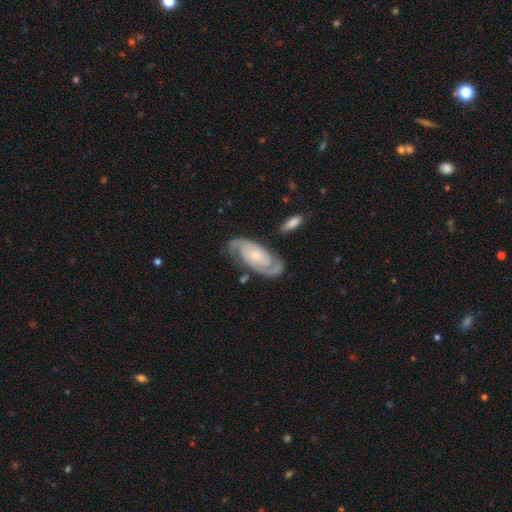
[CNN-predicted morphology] type=featured or disk (87%); edge-on=no (96%); bar=no (64%); spiral arms=yes (97%); winding=tight (55%); arm count=2 (90%); bulge=small (63%); merging=none (78%).